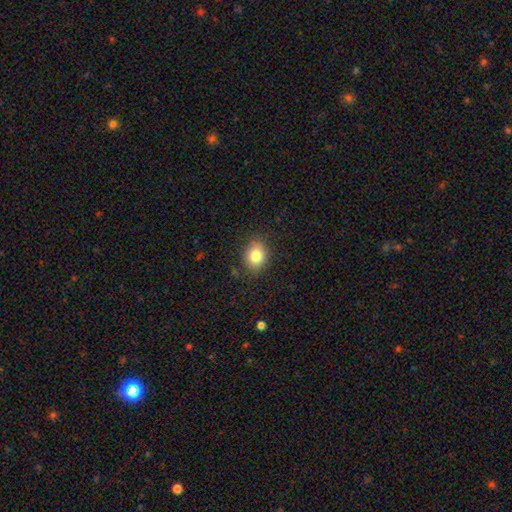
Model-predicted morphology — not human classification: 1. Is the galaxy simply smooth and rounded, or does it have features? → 82% smooth, 10% star or artifact, 8% featured or disk.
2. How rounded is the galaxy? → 53% round, 46% in between, 1% cigar-shaped.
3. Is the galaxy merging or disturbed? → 84% none, 11% minor disturbance, 3% major disturbance, 1% merger.